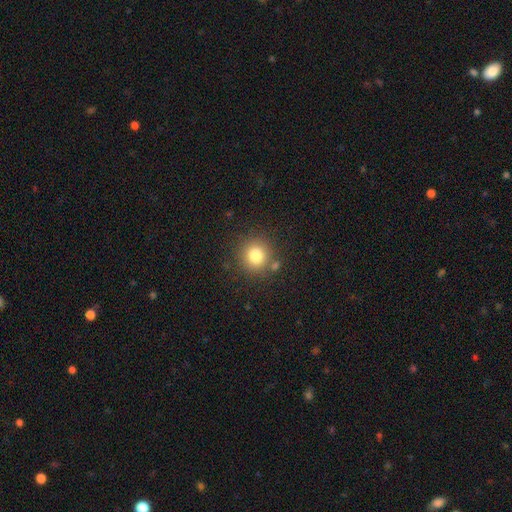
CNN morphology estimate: This is clearly a smooth galaxy (80%). How rounded: clearly round (91%). Merging: clearly none (81%).